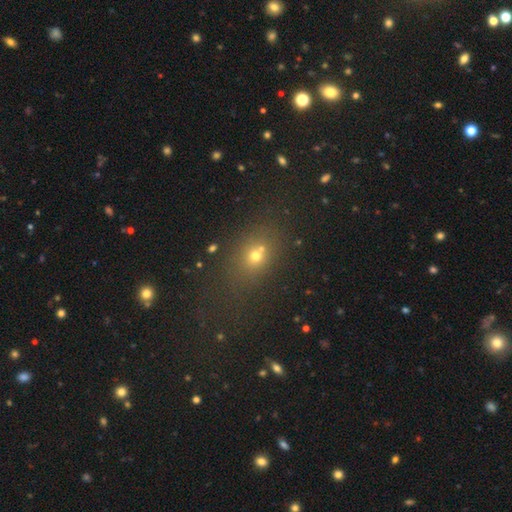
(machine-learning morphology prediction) The model was most divided on "how rounded": in between: 49%, round: 48%, cigar-shaped: 3%. More confident: merging — none (61%); smooth or featured — smooth (58%).